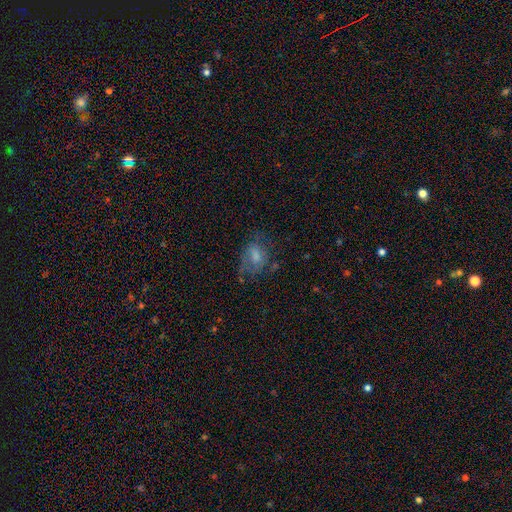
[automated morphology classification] This is possibly a smooth galaxy (48%). Merging: possibly none (50%).